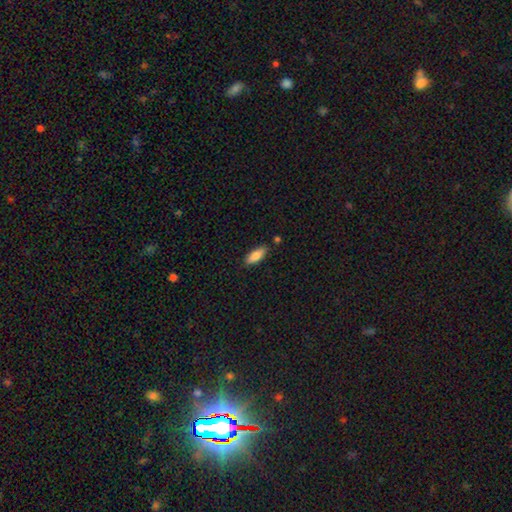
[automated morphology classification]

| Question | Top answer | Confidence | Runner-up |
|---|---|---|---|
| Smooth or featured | smooth | 84% | featured or disk (10%) |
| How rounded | in between | 71% | cigar-shaped (27%) |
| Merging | none | 81% | minor disturbance (13%) |